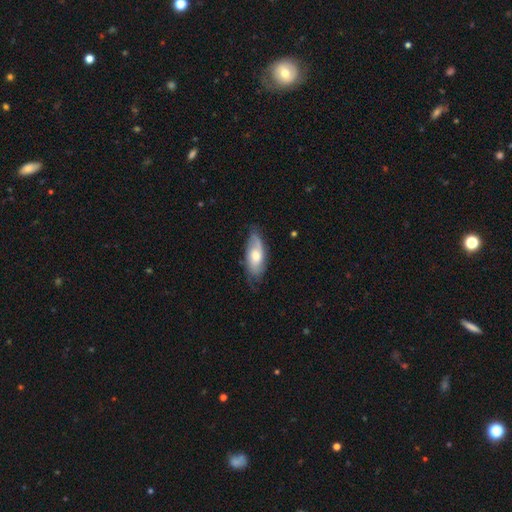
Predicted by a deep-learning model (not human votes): smooth-or-featured: smooth: 48% | featured or disk: 45% | star or artifact: 6%
  merging: none: 66% | minor disturbance: 25% | major disturbance: 7% | merger: 1%